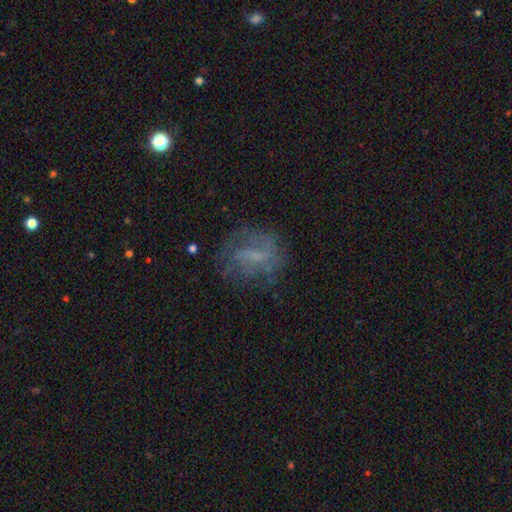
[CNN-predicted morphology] featured or disk 60%, smooth 27%, star or artifact 13%. Down the decision tree: edge-on disk — no (95%); bar — weak (47%); spiral arms — yes (68%); bulge size — none (45%); merging — none (62%).